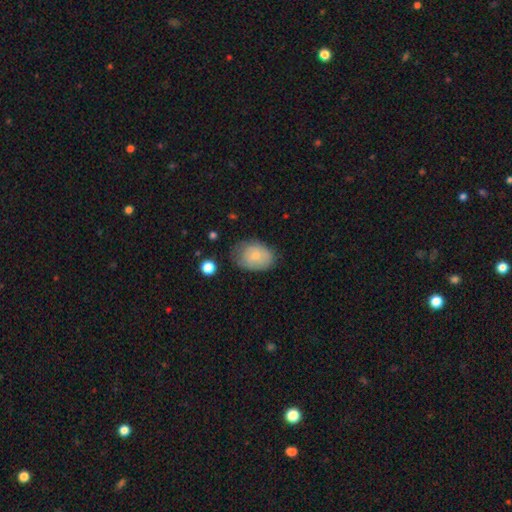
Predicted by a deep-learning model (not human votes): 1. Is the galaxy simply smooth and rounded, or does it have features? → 76% smooth, 17% featured or disk, 7% star or artifact.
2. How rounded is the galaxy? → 74% in between, 25% round, 1% cigar-shaped.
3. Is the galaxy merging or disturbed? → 59% none, 31% minor disturbance, 9% major disturbance, 2% merger.